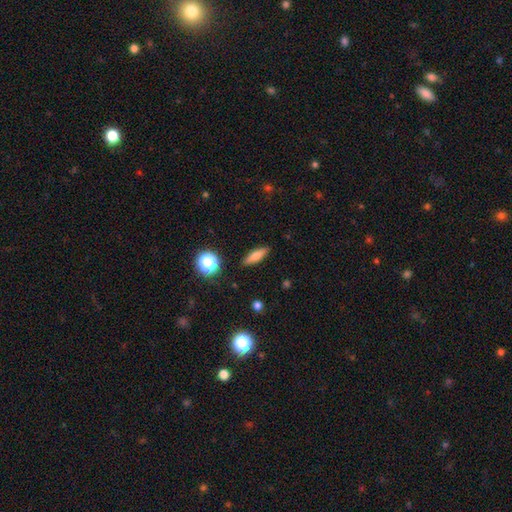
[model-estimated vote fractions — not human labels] smooth 66%, featured or disk 24%, star or artifact 10%. Down the decision tree: how rounded — cigar-shaped (57%); merging — none (88%).